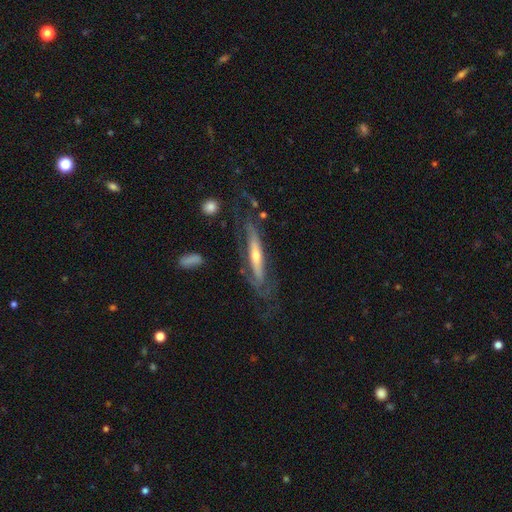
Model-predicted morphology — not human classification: The model was most divided on "edge-on disk": yes: 63%, no: 37%. More confident: smooth or featured — featured or disk (76%); merging — none (57%).